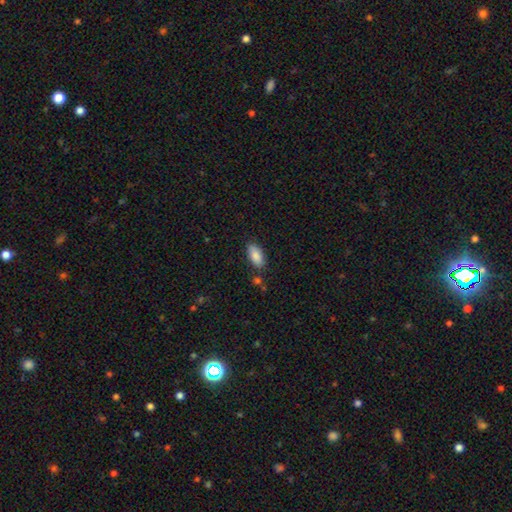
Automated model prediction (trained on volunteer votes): Overall: smooth (88%). How rounded: in between (89%). Merging: none (79%).